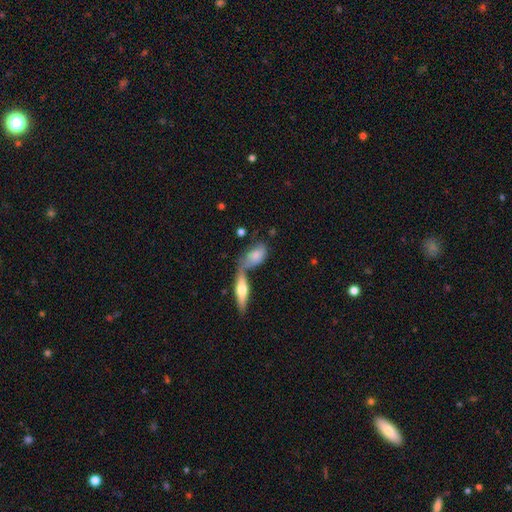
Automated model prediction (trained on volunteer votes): Overall: smooth (65%; featured or disk 28%). How rounded: in between (84%). Merging: merger (49%; none 29%).